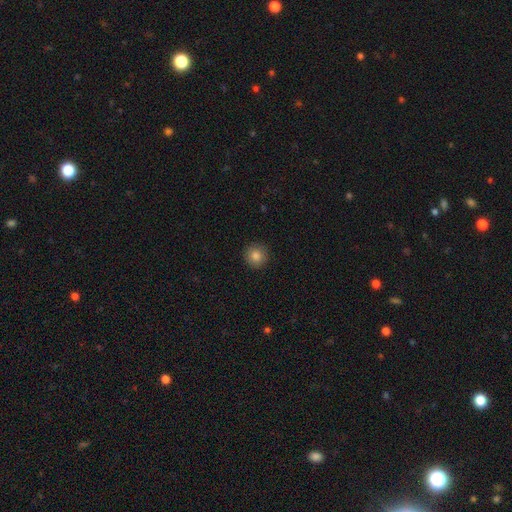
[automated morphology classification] This is clearly a smooth galaxy (84%). How rounded: clearly round (94%). Merging: clearly none (91%).